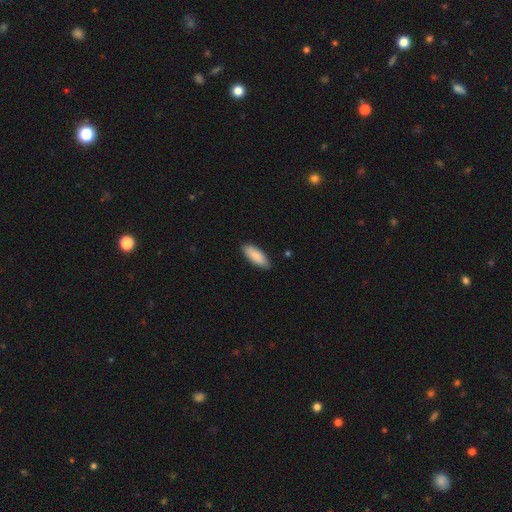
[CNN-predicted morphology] smooth_or_featured: smooth (p=0.87) [alt: featured or disk p=0.07]
how_rounded: in between (p=0.74) [alt: cigar-shaped p=0.24]
merging: none (p=0.87) [alt: minor disturbance p=0.10]